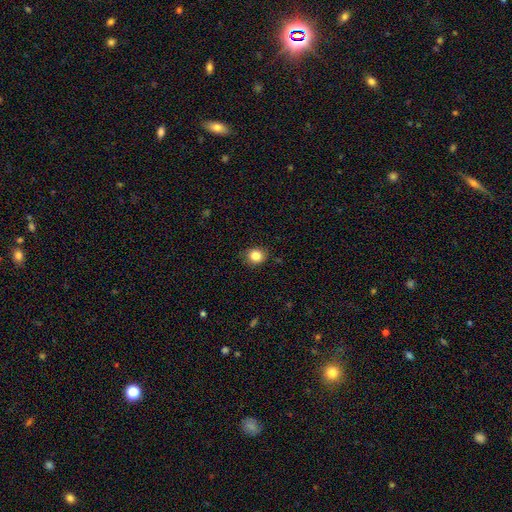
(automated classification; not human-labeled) Smooth or featured: smooth — 84% (star or artifact — 11%)
How rounded: round — 75% (in between — 24%)
Merging: none — 85% (minor disturbance — 11%)